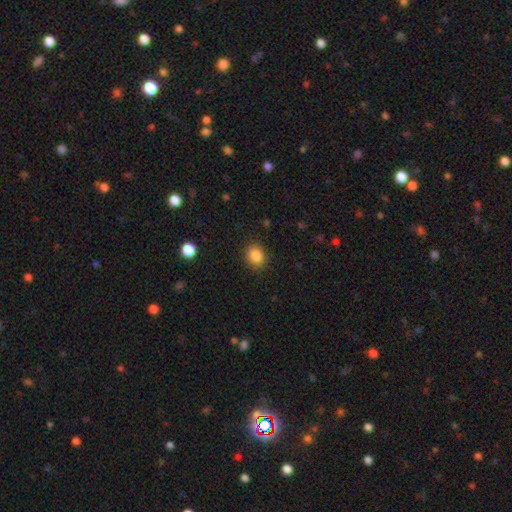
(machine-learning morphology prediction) This appears to be a smooth galaxy with no disk features (86%) that is round (57%). Merging: none (85%).